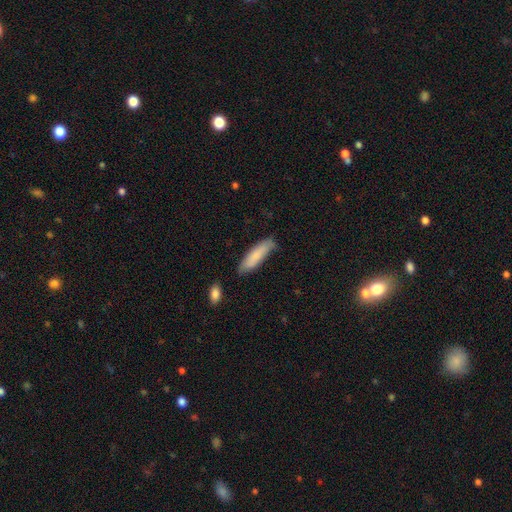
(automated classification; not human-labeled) The model was most divided on "how rounded": cigar-shaped: 67%, in between: 32%, round: 1%. More confident: smooth or featured — smooth (81%); merging — none (72%).